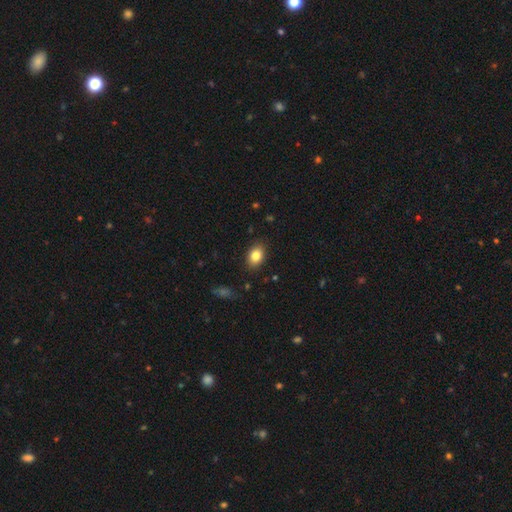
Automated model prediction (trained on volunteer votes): Smooth or featured? Predicted: smooth (p=0.83). How rounded? Predicted: in between (p=0.76). Merging? Predicted: none (p=0.87).